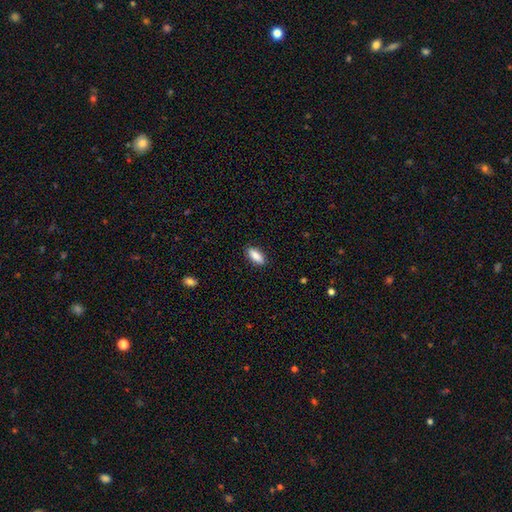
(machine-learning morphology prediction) Q: Smooth or featured?
A: smooth (88%); runner-up: star or artifact (6%)
Q: How rounded?
A: in between (76%); runner-up: cigar-shaped (22%)
Q: Merging?
A: none (88%); runner-up: minor disturbance (9%)